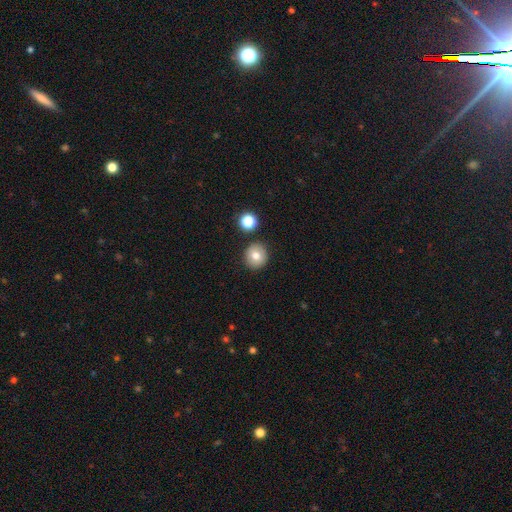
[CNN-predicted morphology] This appears to be a smooth galaxy with no disk features (77%) that is round (92%). Merging: none (87%).